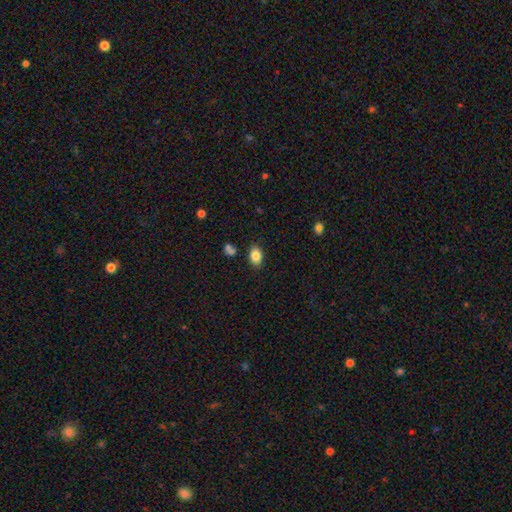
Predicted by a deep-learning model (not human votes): Q: Smooth or featured?
A: smooth (85%); runner-up: star or artifact (9%)
Q: How rounded?
A: in between (83%); runner-up: round (16%)
Q: Merging?
A: none (83%); runner-up: minor disturbance (11%)